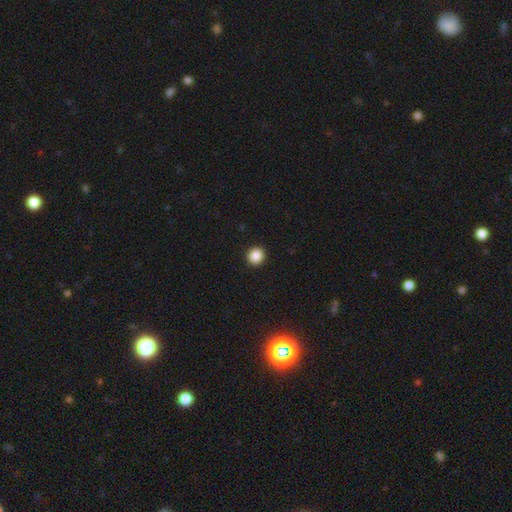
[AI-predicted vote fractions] This is clearly a smooth galaxy (87%). How rounded: clearly round (92%). Merging: clearly none (93%).